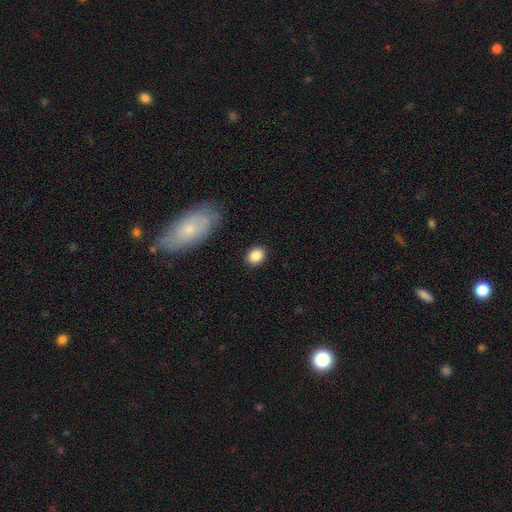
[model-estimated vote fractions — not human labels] Smooth or featured: smooth — 86% (star or artifact — 8%)
How rounded: round — 52% (in between — 47%)
Merging: none — 87% (minor disturbance — 9%)